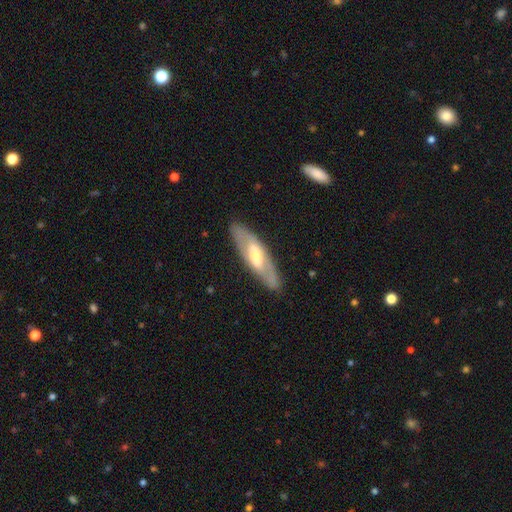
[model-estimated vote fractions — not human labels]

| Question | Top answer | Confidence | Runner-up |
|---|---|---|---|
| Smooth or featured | featured or disk | 63% | smooth (32%) |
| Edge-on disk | no | 70% | yes (30%) |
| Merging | none | 85% | minor disturbance (11%) |